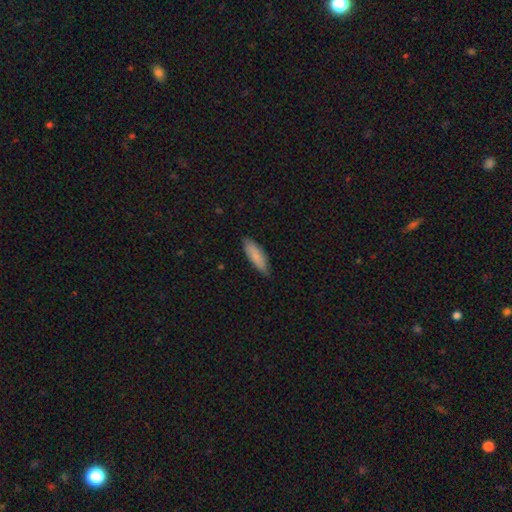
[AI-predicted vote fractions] Morphology: type=smooth (82%); roundness=in between (53%); merging=none (76%).